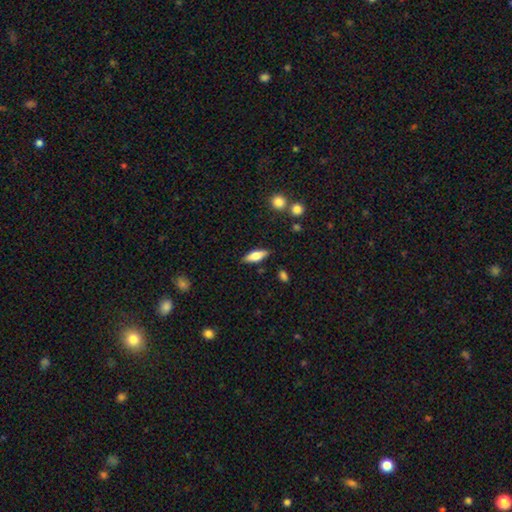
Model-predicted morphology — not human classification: smooth 66%, featured or disk 27%, star or artifact 7%. Down the decision tree: how rounded — in between (62%); merging — none (85%).